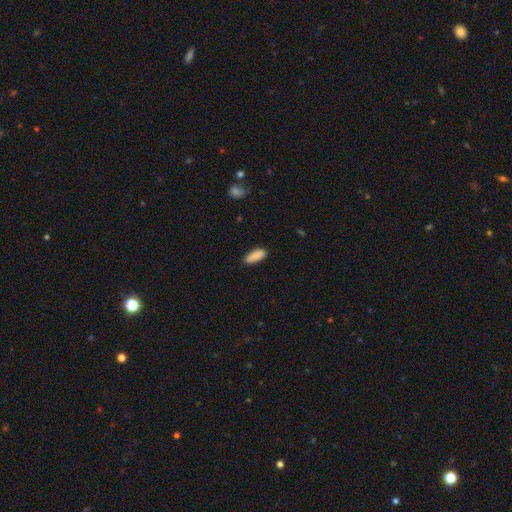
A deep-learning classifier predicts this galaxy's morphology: Q: Smooth or featured?
A: smooth (89%); runner-up: star or artifact (7%)
Q: How rounded?
A: in between (71%); runner-up: cigar-shaped (27%)
Q: Merging?
A: none (81%); runner-up: minor disturbance (15%)